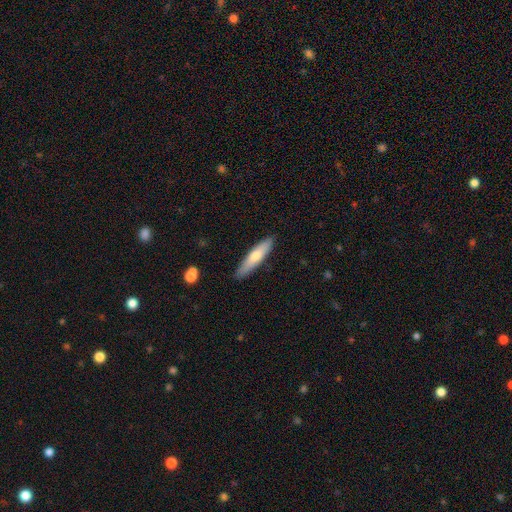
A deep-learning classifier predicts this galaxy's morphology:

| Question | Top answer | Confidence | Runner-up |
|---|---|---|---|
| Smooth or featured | smooth | 65% | featured or disk (29%) |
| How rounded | cigar-shaped | 81% | in between (18%) |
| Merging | none | 87% | minor disturbance (10%) |